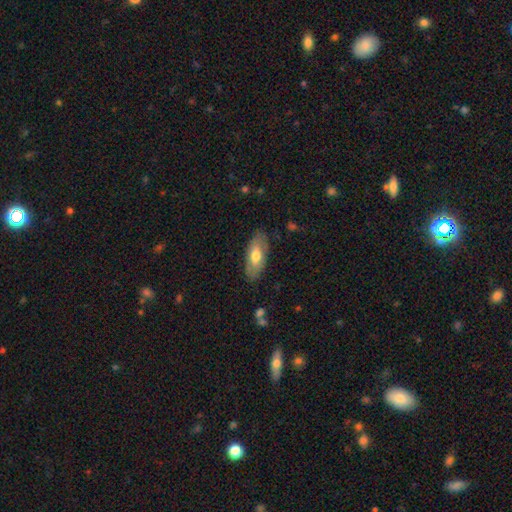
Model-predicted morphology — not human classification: smooth_or_featured: smooth (p=0.63) [alt: featured or disk p=0.31]
how_rounded: in between (p=0.84) [alt: cigar-shaped p=0.13]
merging: none (p=0.80) [alt: minor disturbance p=0.15]